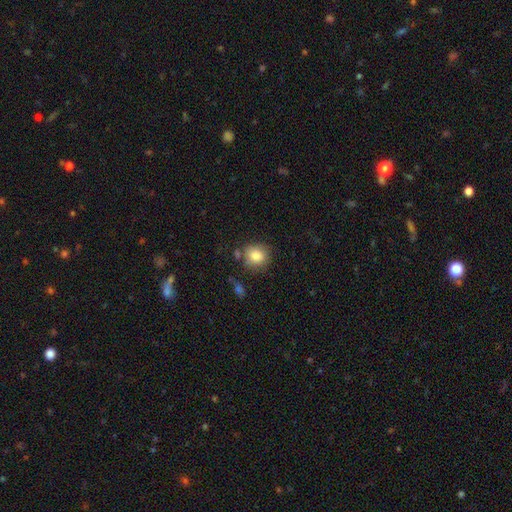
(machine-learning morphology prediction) Overall: smooth (84%). How rounded: round (82%). Merging: none (74%).